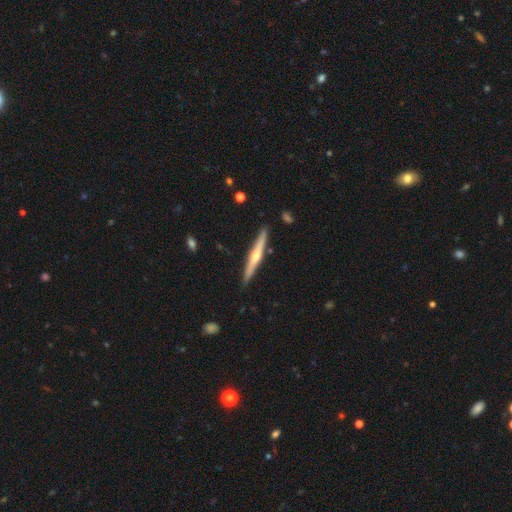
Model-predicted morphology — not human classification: Q: Smooth or featured?
A: featured or disk (69%); runner-up: smooth (26%)
Q: Edge-on disk?
A: yes (97%); runner-up: no (3%)
Q: Edge-on bulge?
A: rounded (86%); runner-up: none (10%)
Q: Merging?
A: none (89%); runner-up: minor disturbance (8%)